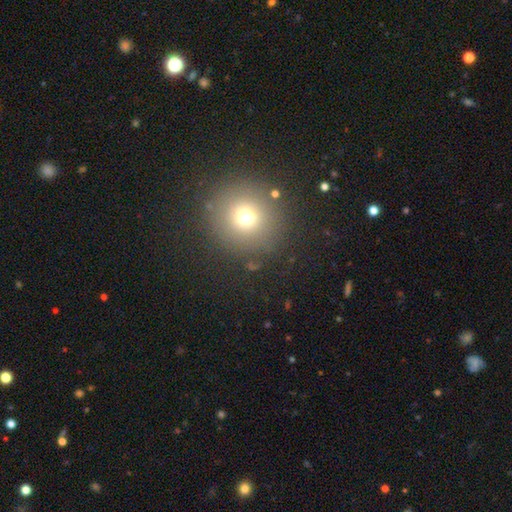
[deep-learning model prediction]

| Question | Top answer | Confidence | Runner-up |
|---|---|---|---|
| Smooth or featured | smooth | 63% | star or artifact (27%) |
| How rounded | round | 93% | in between (6%) |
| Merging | none | 90% | minor disturbance (6%) |